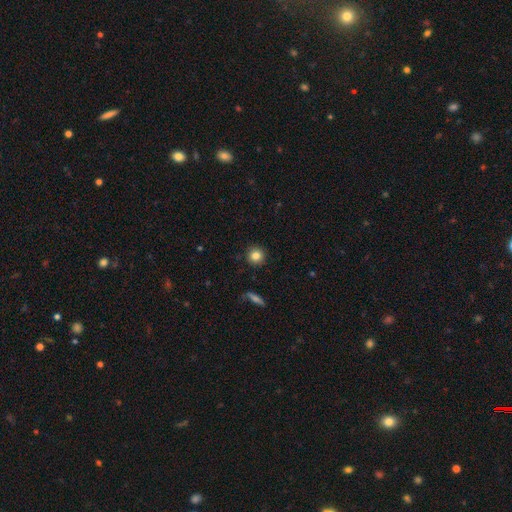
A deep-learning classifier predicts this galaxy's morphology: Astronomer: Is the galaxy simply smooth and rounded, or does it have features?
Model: smooth — 83%.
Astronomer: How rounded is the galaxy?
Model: round — 94%.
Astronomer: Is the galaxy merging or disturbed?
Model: none — 91%.